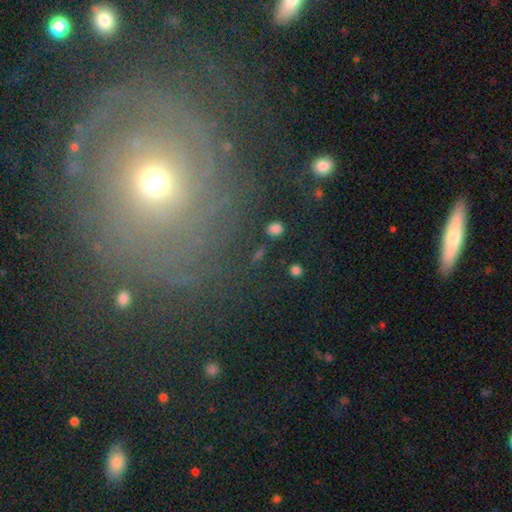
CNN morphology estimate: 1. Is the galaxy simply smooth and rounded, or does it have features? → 39% featured or disk, 33% star or artifact, 28% smooth.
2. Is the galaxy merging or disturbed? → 78% none, 10% minor disturbance, 8% major disturbance, 4% merger.